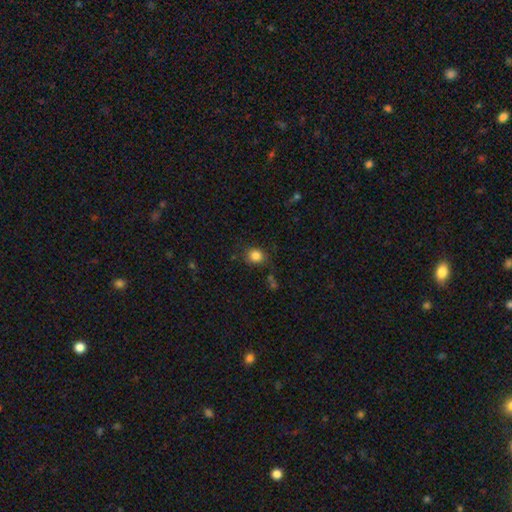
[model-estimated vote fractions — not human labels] Morphology: type=smooth (84%); roundness=round (74%); merging=none (80%).